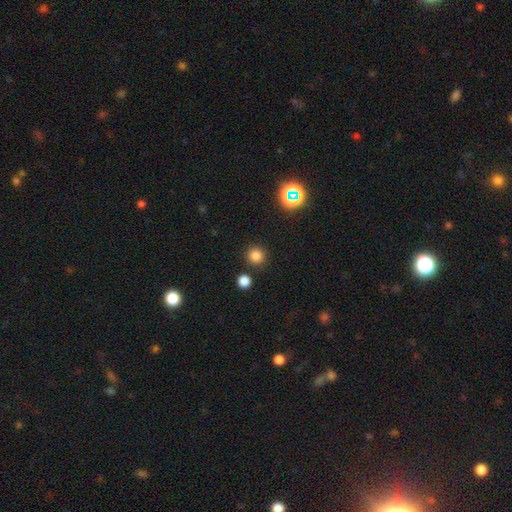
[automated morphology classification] A smooth galaxy with no disk features (80%) that is round (93%).

Vote fractions:
- Smooth or featured? smooth: 80% / star or artifact: 16% / featured or disk: 4%
- How rounded? round: 93% / in between: 6% / cigar-shaped: 1%
- Merging? none: 86% / minor disturbance: 6% / merger: 5% / major disturbance: 3%